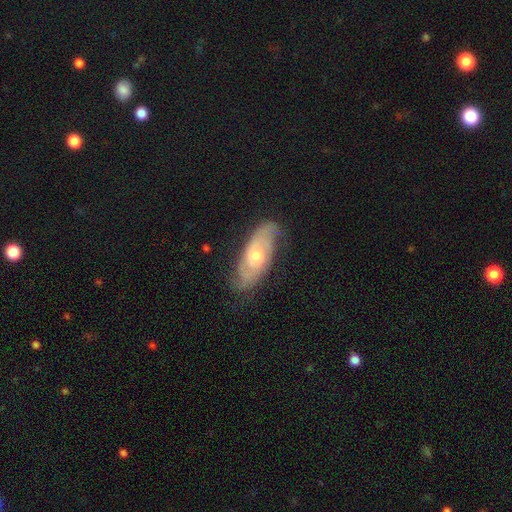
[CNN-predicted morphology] type=featured or disk (76%); edge-on=no (88%); bar=no (72%); spiral arms=yes (91%); winding=tight (52%); arm count=2 (54%); bulge=moderate (60%); merging=none (77%).